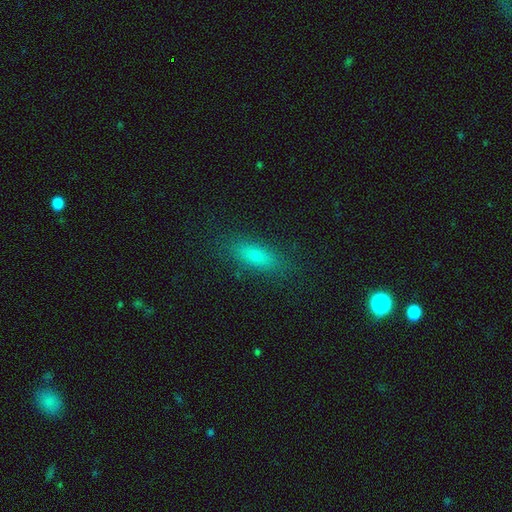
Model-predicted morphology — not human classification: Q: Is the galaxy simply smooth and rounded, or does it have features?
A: smooth — 78%.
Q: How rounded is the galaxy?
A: in between — 60%.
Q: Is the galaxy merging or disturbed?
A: none — 85%.